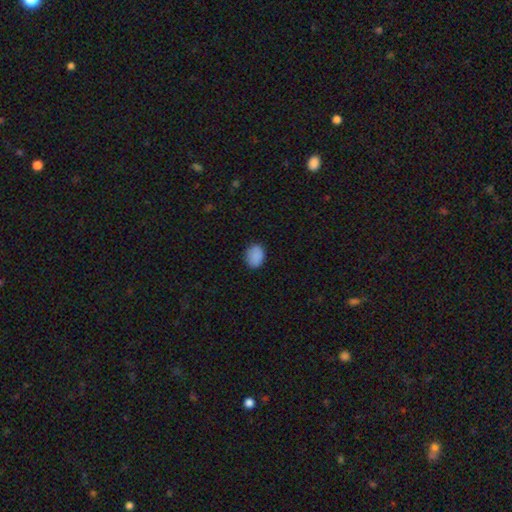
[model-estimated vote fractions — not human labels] smooth_or_featured: smooth (p=0.88) [alt: star or artifact p=0.09]
how_rounded: in between (p=0.61) [alt: round p=0.39]
merging: none (p=0.85) [alt: minor disturbance p=0.11]